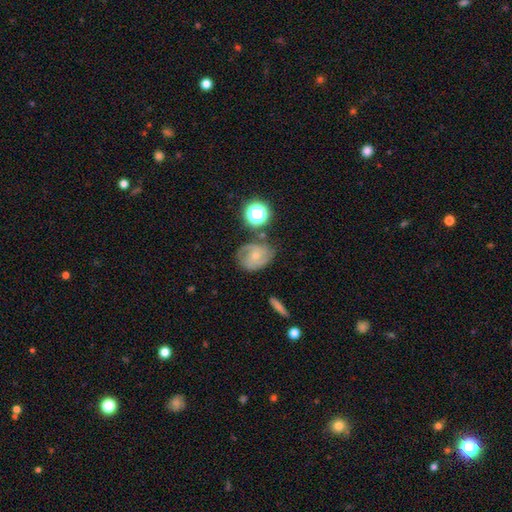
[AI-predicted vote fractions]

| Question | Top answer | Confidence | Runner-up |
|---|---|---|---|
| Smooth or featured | featured or disk | 62% | smooth (27%) |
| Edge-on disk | no | 97% | yes (3%) |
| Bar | no | 65% | weak (29%) |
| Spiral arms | yes | 88% | no (12%) |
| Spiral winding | medium | 43% | tight (42%) |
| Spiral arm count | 2 | 50% | can't tell (23%) |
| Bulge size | small | 60% | moderate (34%) |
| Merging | none | 60% | minor disturbance (24%) |